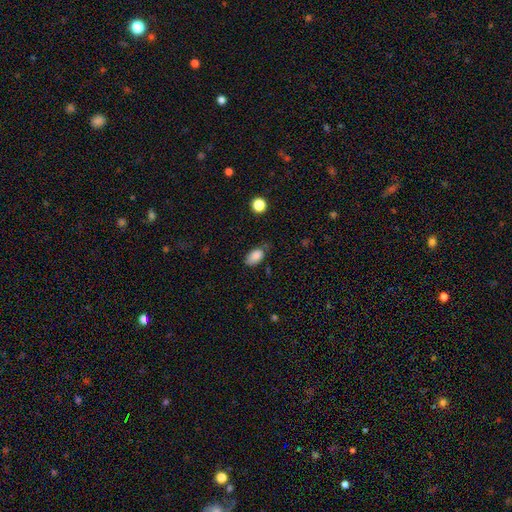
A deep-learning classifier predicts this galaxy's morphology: Smooth or featured?
  - smooth: 85% *
  - star or artifact: 8%
  - featured or disk: 6%
How rounded?
  - in between: 92% *
  - round: 7%
  - cigar-shaped: 2%
Merging?
  - none: 59% *
  - minor disturbance: 31%
  - major disturbance: 8%
  - merger: 3%